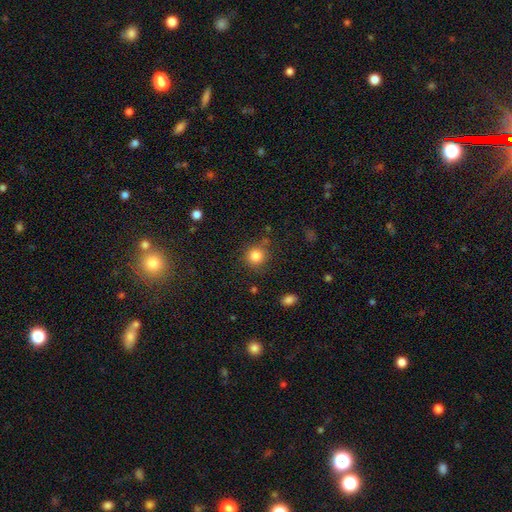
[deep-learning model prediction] Smooth or featured? Predicted: smooth (p=0.84). How rounded? Predicted: round (p=0.91). Merging? Predicted: none (p=0.80).